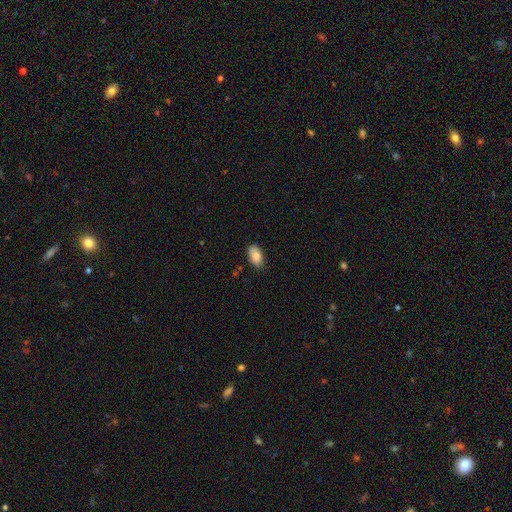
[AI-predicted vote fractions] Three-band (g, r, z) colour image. It shows a smooth galaxy with no disk features (84%) that is in between round and cigar-shaped (92%). Merging: none (77%).